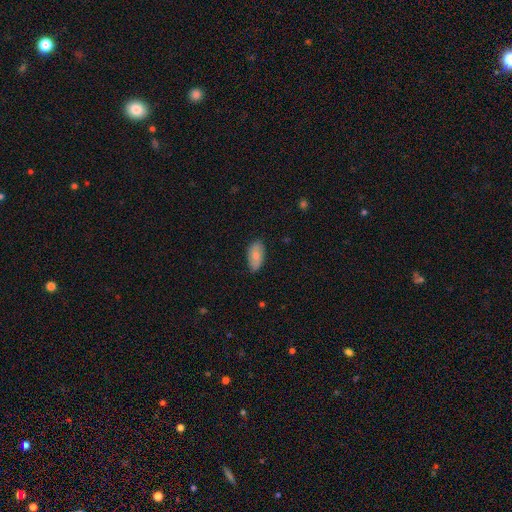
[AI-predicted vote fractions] The model was most divided on "smooth or featured": smooth: 75%, featured or disk: 19%, star or artifact: 6%. More confident: how rounded — in between (93%); merging — none (81%).